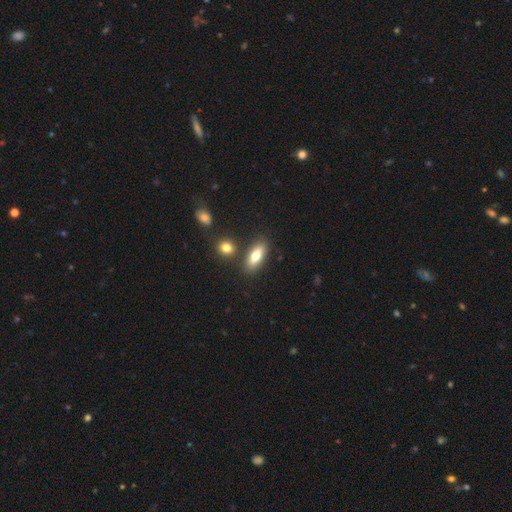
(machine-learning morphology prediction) This is likely a smooth galaxy (73%). How rounded: likely in between (74%). Merging: likely none (79%).